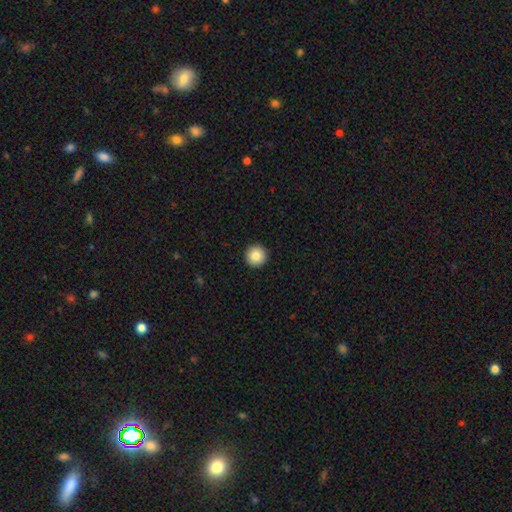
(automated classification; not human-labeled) Smooth or featured: smooth — 85% (star or artifact — 9%)
How rounded: round — 96% (in between — 3%)
Merging: none — 94% (minor disturbance — 4%)